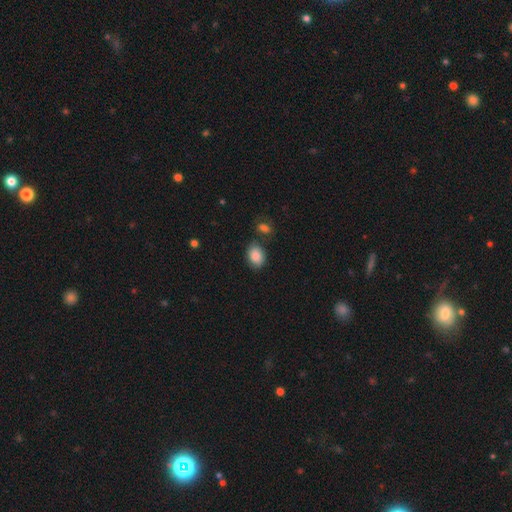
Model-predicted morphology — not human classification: A smooth galaxy with no disk features (87%) that is in between round and cigar-shaped (75%). Merging: none (72%).